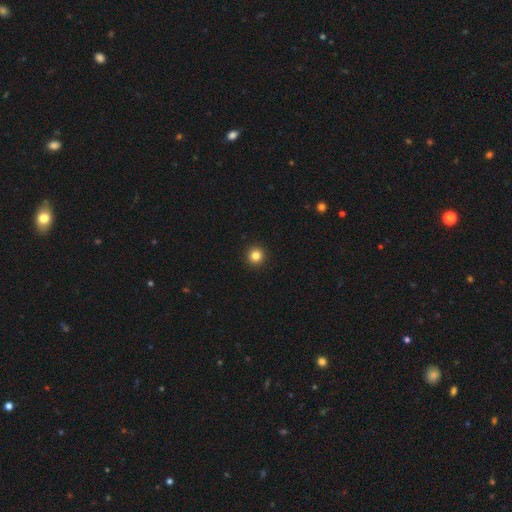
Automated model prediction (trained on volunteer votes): A smooth galaxy with no disk features (84%) that is round (96%). Merging: none (94%).